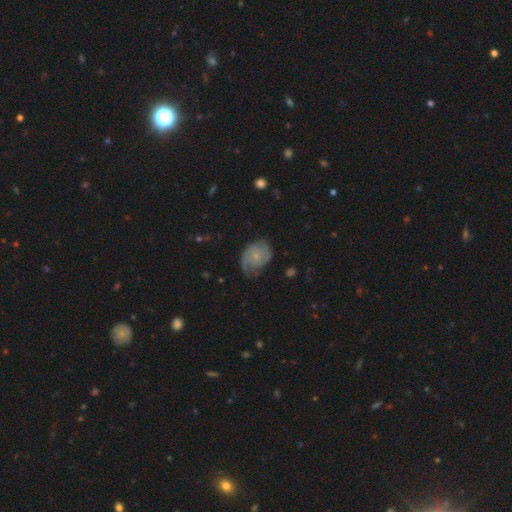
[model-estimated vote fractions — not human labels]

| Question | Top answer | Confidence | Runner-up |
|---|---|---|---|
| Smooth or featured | featured or disk | 56% | smooth (36%) |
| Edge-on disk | no | 97% | yes (3%) |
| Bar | no | 79% | weak (19%) |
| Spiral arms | yes | 83% | no (17%) |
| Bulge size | small | 72% | moderate (17%) |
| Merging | none | 49% | minor disturbance (33%) |